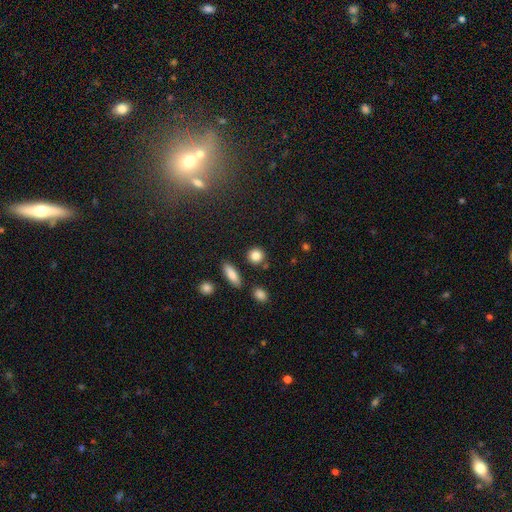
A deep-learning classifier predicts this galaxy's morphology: smooth-or-featured: smooth: 84% | star or artifact: 9% | featured or disk: 6%
  how-rounded: round: 86% | in between: 12% | cigar-shaped: 2%
  merging: none: 84% | minor disturbance: 8% | merger: 5% | major disturbance: 3%